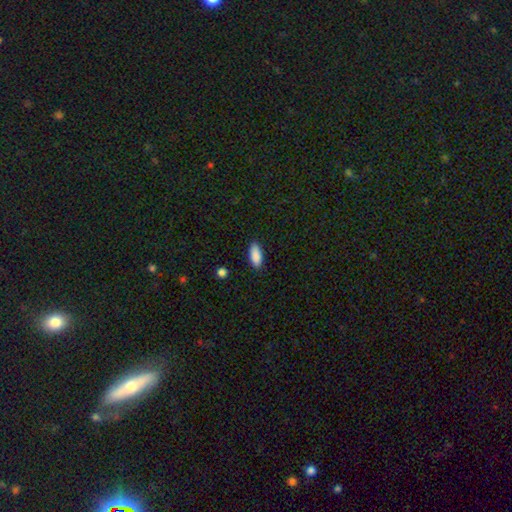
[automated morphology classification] smooth_or_featured: smooth (p=0.89) [alt: star or artifact p=0.06]
how_rounded: in between (p=0.80) [alt: cigar-shaped p=0.19]
merging: none (p=0.88) [alt: minor disturbance p=0.09]